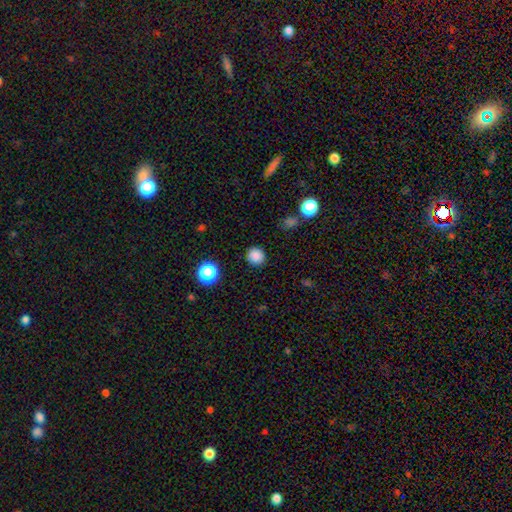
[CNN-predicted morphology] This appears to be a smooth galaxy with no disk features (85%) that is round (89%). Merging: none (90%).